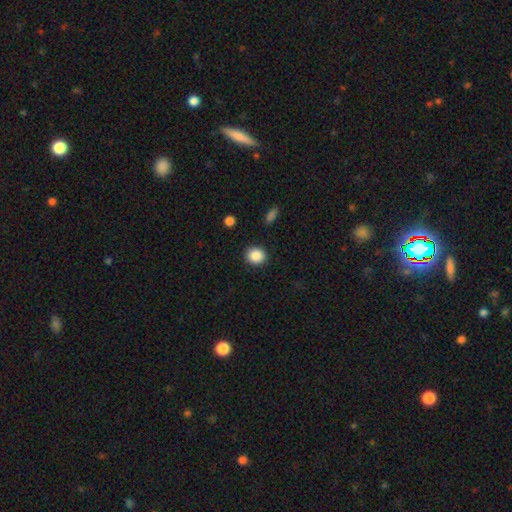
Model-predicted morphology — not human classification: This is clearly a smooth galaxy (88%). How rounded: clearly round (82%). Merging: clearly none (90%).